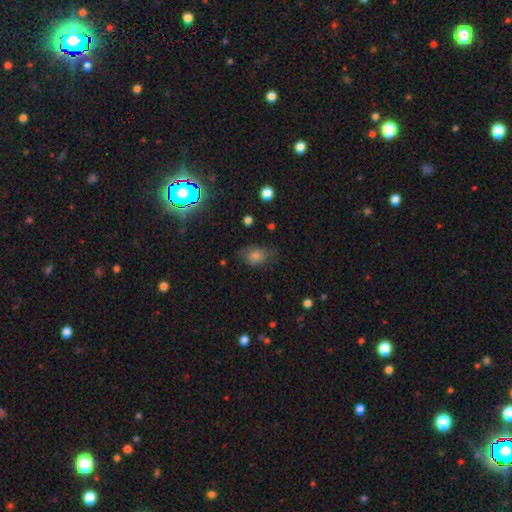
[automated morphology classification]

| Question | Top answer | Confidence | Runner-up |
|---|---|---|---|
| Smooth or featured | smooth | 57% | star or artifact (28%) |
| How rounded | in between | 64% | round (35%) |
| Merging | none | 68% | minor disturbance (22%) |